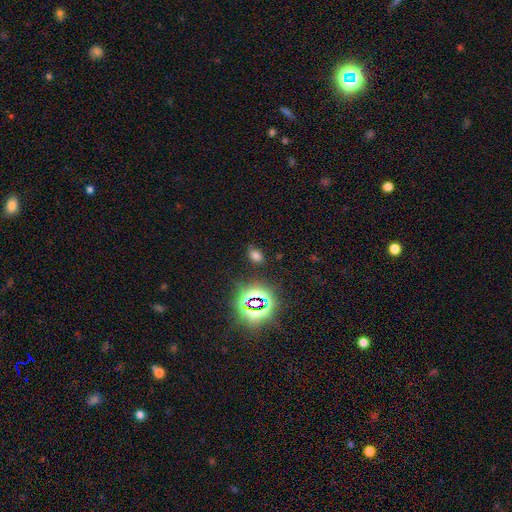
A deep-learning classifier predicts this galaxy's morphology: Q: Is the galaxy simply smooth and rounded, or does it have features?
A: smooth — 60%.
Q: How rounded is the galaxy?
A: in between — 83%.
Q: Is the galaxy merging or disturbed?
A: none — 77%.